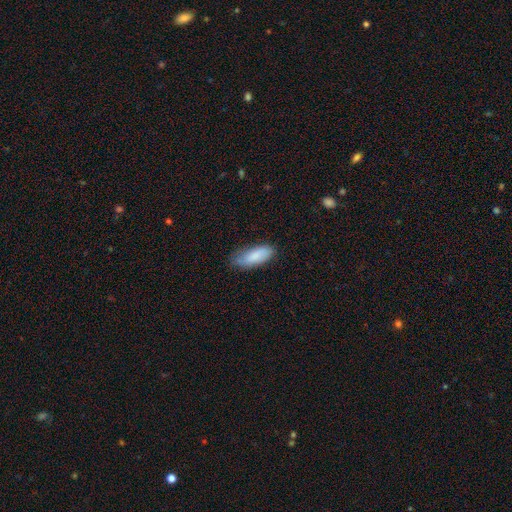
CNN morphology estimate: The model was most divided on "merging": none: 65%, minor disturbance: 28%, major disturbance: 6%, merger: 1%. More confident: smooth or featured — smooth (84%); how rounded — in between (78%).